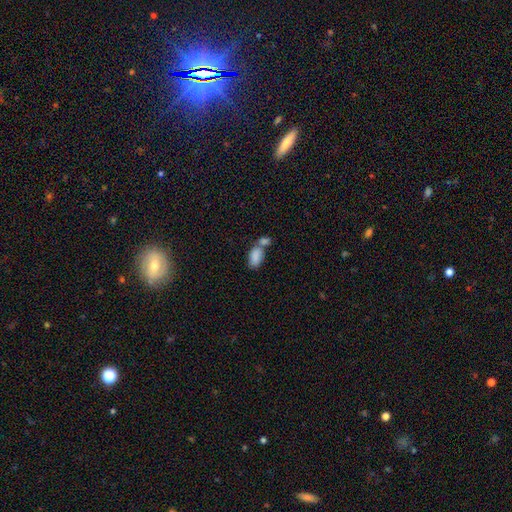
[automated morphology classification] Smooth or featured: smooth — 84% (featured or disk — 8%)
How rounded: in between — 93% (round — 5%)
Merging: merger — 55% (none — 29%)